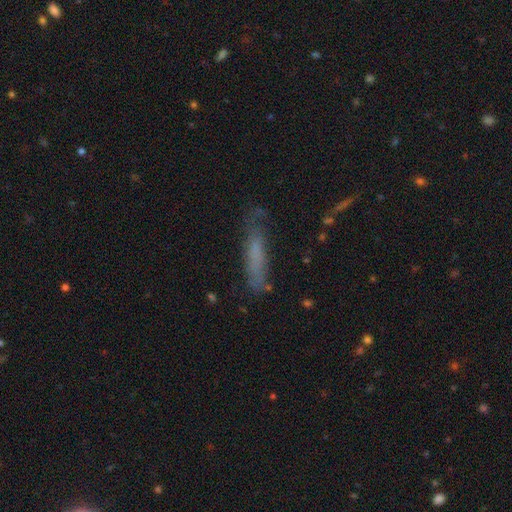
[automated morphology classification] type=smooth (61%); roundness=cigar-shaped (81%); merging=none (64%).